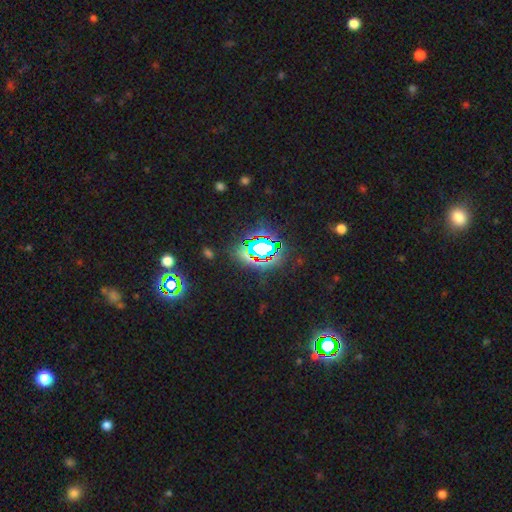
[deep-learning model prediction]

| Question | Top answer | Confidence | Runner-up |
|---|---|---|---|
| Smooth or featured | star or artifact | 71% | smooth (17%) |